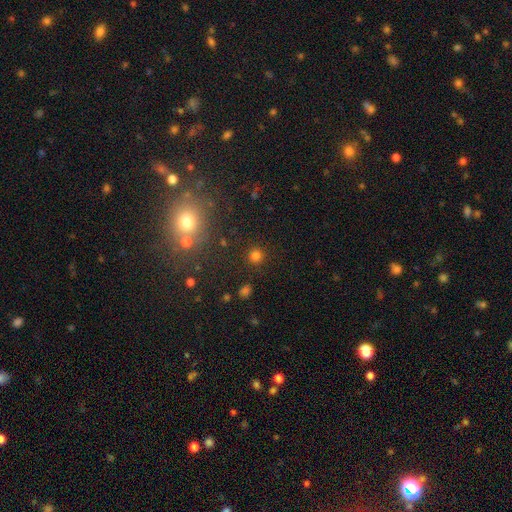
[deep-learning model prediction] Overall: smooth (77%). How rounded: round (93%). Merging: none (88%).